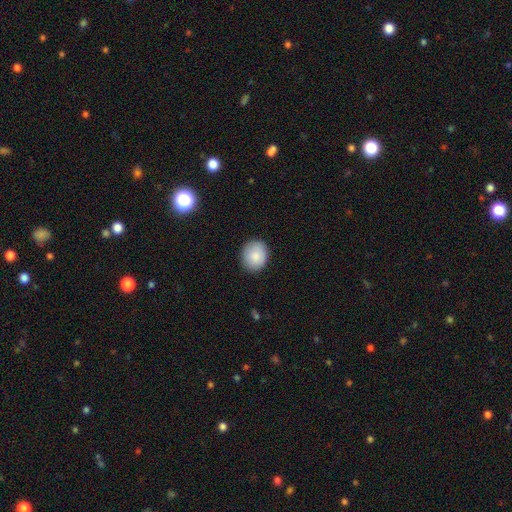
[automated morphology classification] type=smooth (86%); roundness=round (66%); merging=none (87%).